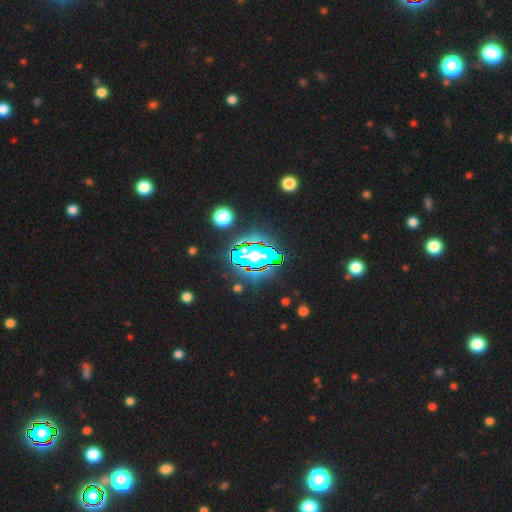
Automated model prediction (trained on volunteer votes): star or artifact 81%, smooth 11%, featured or disk 8%.